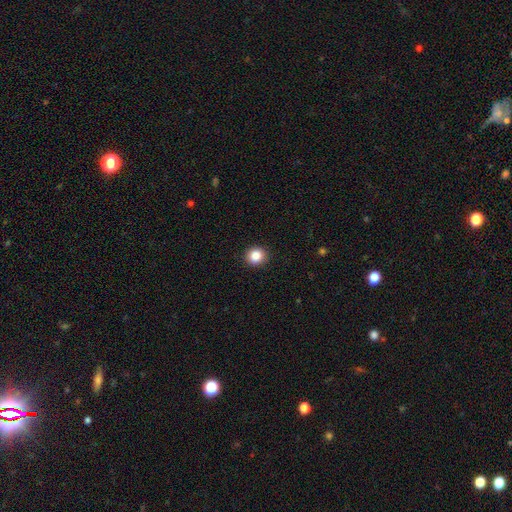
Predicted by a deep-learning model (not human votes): Smooth or featured? Predicted: smooth (p=0.87). How rounded? Predicted: round (p=0.86). Merging? Predicted: none (p=0.92).